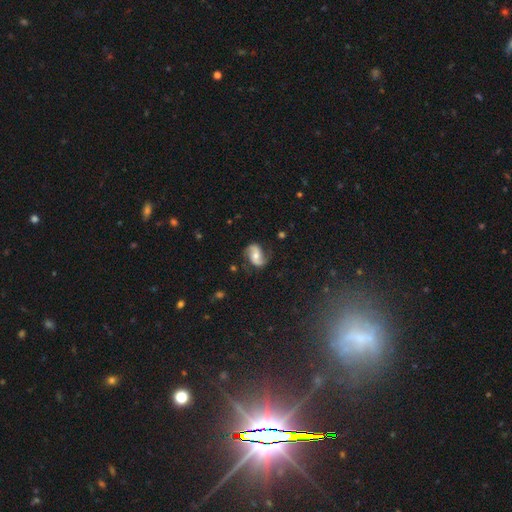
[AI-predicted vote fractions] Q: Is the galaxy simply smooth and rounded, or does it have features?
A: featured or disk — 81%.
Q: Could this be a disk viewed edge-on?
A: no — 97%.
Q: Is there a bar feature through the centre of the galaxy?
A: no — 52%.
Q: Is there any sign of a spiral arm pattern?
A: yes — 96%.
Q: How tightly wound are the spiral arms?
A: loose — 48%.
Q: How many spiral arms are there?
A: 2 — 92%.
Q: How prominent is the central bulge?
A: moderate — 58%.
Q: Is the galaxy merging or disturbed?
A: none — 77%.